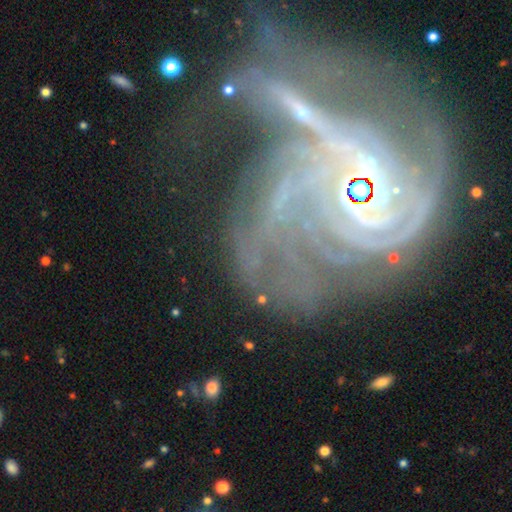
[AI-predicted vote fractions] Smooth or featured?
  - featured or disk: 83% *
  - star or artifact: 11%
  - smooth: 6%
Edge-on disk?
  - no: 95% *
  - yes: 5%
Bar?
  - no: 50% *
  - weak: 29%
  - strong: 22%
Spiral arms?
  - yes: 94% *
  - no: 6%
Spiral winding?
  - tight: 71% *
  - medium: 22%
  - loose: 7%
Spiral arm count?
  - can't tell: 26% *
  - 3: 18%
  - 4: 16%
  - more than 4: 15%
  - 2: 15%
  - 1: 10%
Bulge size?
  - small: 45% *
  - moderate: 37%
  - none: 8%
  - large: 6%
  - dominant: 3%
Merging?
  - none: 36% *
  - merger: 29%
  - major disturbance: 19%
  - minor disturbance: 16%